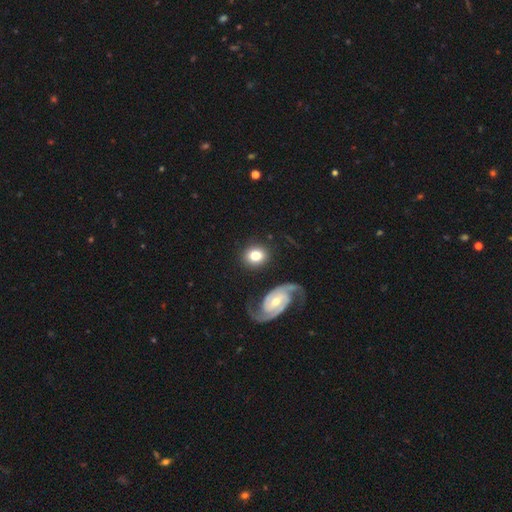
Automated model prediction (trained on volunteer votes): A smooth galaxy with no disk features (69%) that is round (73%).

Vote fractions:
- Smooth or featured? smooth: 69% / featured or disk: 23% / star or artifact: 8%
- How rounded? round: 73% / in between: 26% / cigar-shaped: 1%
- Merging? none: 78% / minor disturbance: 11% / merger: 6% / major disturbance: 5%